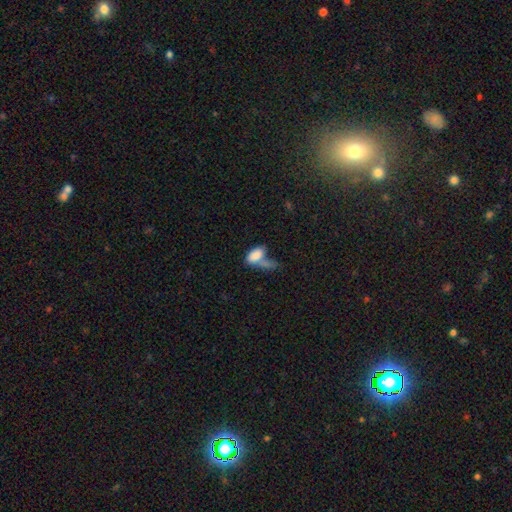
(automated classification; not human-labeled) A smooth galaxy with no disk features (81%) that is in between round and cigar-shaped (91%). Merging: merger (47%).